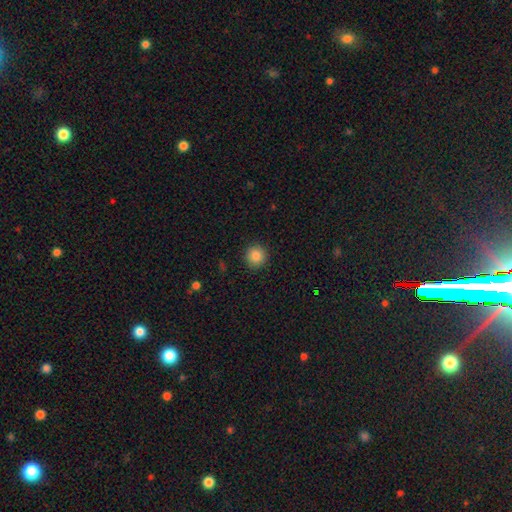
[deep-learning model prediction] smooth_or_featured: smooth (p=0.86) [alt: star or artifact p=0.10]
how_rounded: round (p=0.94) [alt: in between p=0.05]
merging: none (p=0.92) [alt: minor disturbance p=0.05]